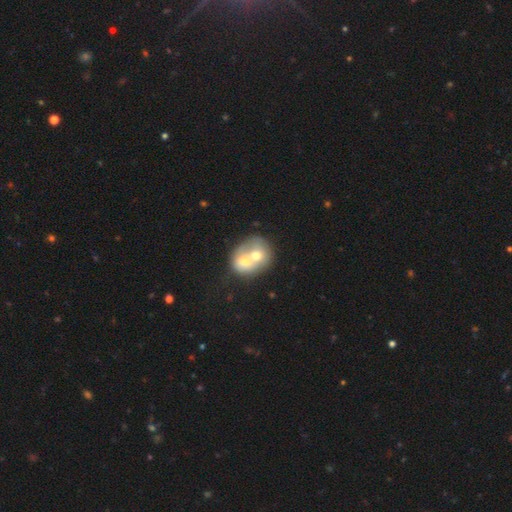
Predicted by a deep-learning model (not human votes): smooth 58%, featured or disk 35%, star or artifact 7%. Down the decision tree: how rounded — round (62%); merging — merger (80%).